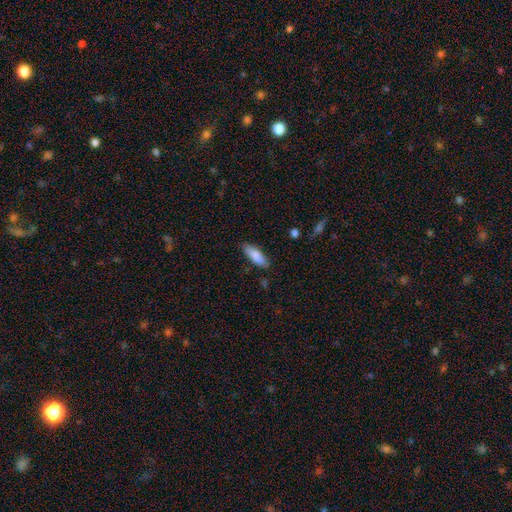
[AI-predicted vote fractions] Smooth or featured? Predicted: smooth (p=0.84). How rounded? Predicted: in between (p=0.56). Merging? Predicted: none (p=0.83).